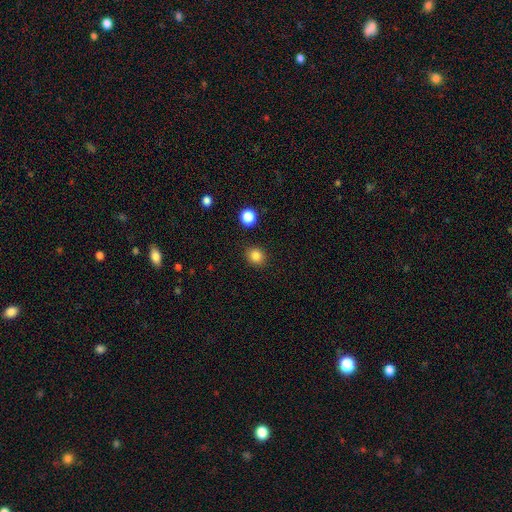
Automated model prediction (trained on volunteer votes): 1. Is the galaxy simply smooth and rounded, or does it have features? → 84% smooth, 11% star or artifact, 5% featured or disk.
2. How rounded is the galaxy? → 76% round, 24% in between, 1% cigar-shaped.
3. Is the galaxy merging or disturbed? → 89% none, 7% minor disturbance, 2% major disturbance, 2% merger.